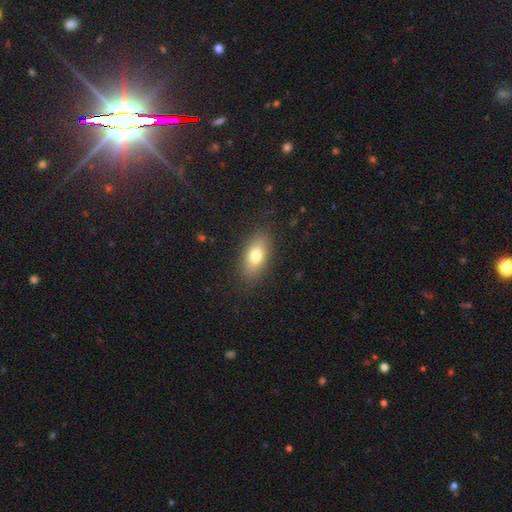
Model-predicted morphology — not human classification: The model was most divided on "smooth or featured": smooth: 76%, featured or disk: 15%, star or artifact: 8%. More confident: merging — none (86%); how rounded — in between (86%).